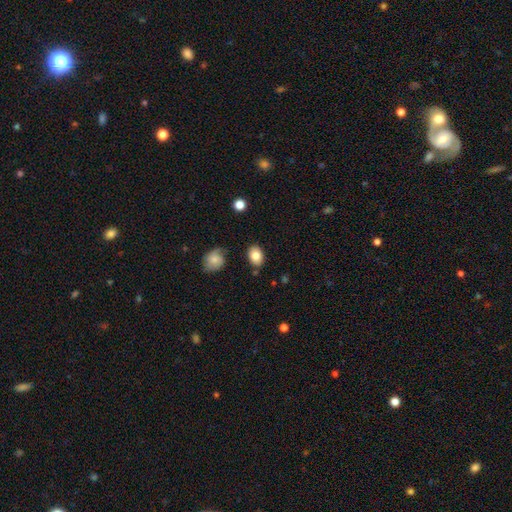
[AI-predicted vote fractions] smooth_or_featured: smooth (p=0.82) [alt: featured or disk p=0.10]
how_rounded: in between (p=0.79) [alt: round p=0.20]
merging: none (p=0.81) [alt: minor disturbance p=0.13]